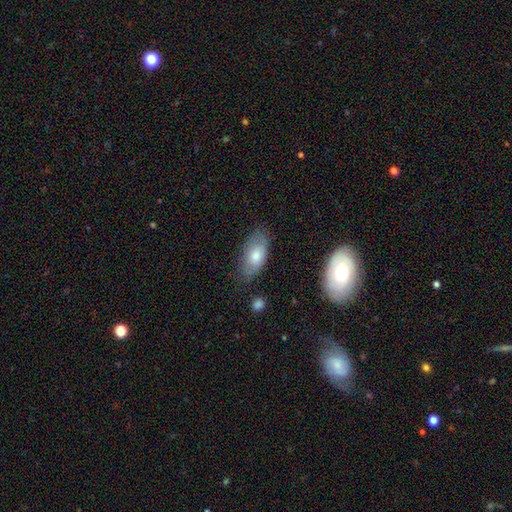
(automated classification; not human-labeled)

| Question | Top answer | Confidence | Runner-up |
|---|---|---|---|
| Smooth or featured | smooth | 67% | featured or disk (26%) |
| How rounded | in between | 91% | cigar-shaped (5%) |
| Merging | none | 71% | minor disturbance (21%) |